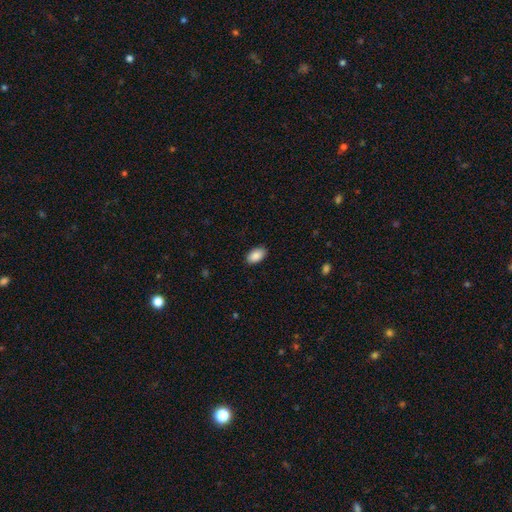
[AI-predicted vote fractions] smooth_or_featured: smooth (p=0.90) [alt: star or artifact p=0.07]
how_rounded: in between (p=0.94) [alt: round p=0.05]
merging: none (p=0.88) [alt: minor disturbance p=0.09]